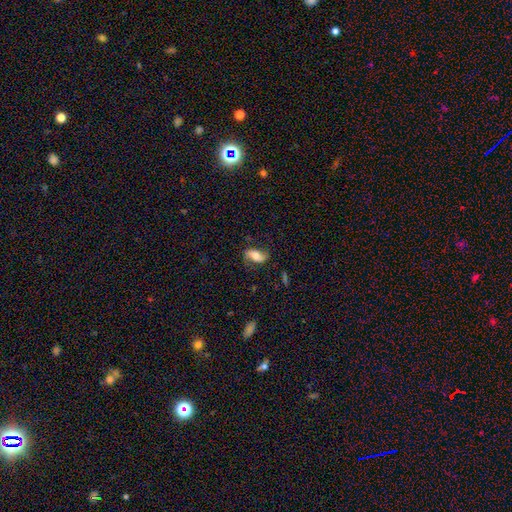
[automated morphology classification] smooth_or_featured: featured or disk (p=0.53) [alt: smooth p=0.39]
disk_edge_on: no (p=0.94) [alt: yes p=0.06]
merging: none (p=0.69) [alt: minor disturbance p=0.20]